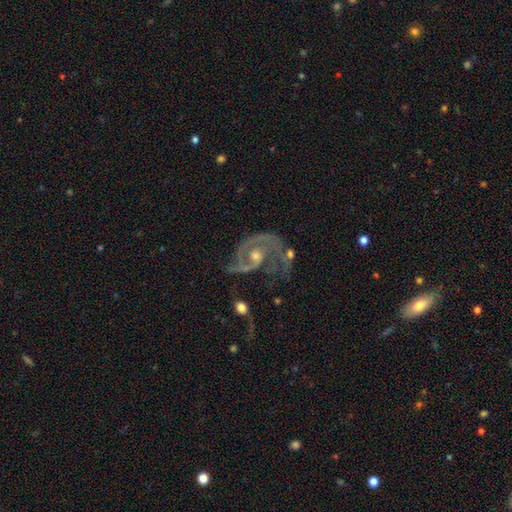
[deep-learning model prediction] This is clearly a featured or disk galaxy (84%). It is clearly not viewed edge-on (97%). Bar: possibly no (58%). Spiral arm pattern: clearly yes (92%). Spiral arm count: likely 2 (67%). Spiral winding: possibly medium (50%). Central bulge: possibly moderate (52%). Merging: possibly none (49%).